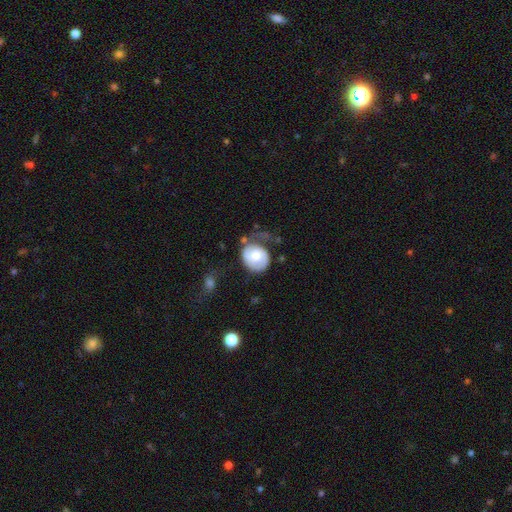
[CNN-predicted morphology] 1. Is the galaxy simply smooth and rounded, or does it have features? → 54% featured or disk, 40% smooth, 6% star or artifact.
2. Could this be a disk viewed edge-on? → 97% no, 3% yes.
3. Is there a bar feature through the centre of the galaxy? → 76% no, 20% weak, 4% strong.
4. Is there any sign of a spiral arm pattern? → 76% yes, 24% no.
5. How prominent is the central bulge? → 64% moderate, 24% small, 9% large, 2% none, 2% dominant.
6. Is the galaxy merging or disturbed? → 38% none, 30% minor disturbance, 28% major disturbance, 5% merger.